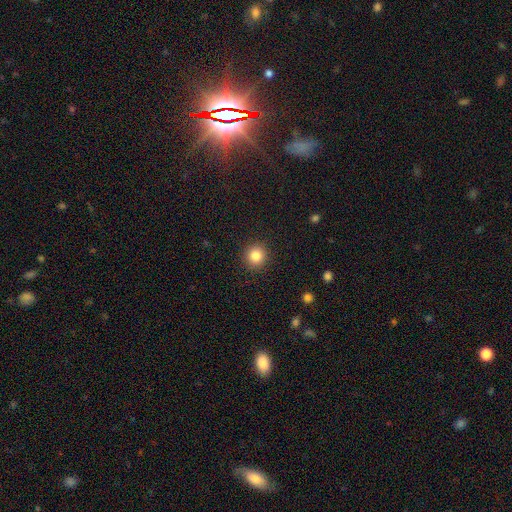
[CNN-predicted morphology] A smooth galaxy with no disk features (84%) that is round (91%). Merging: none (91%).